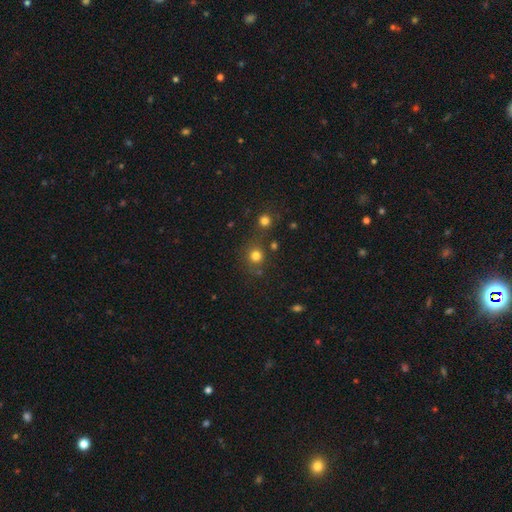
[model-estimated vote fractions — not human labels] This is likely a smooth galaxy (76%). How rounded: clearly round (88%). Merging: likely none (74%).